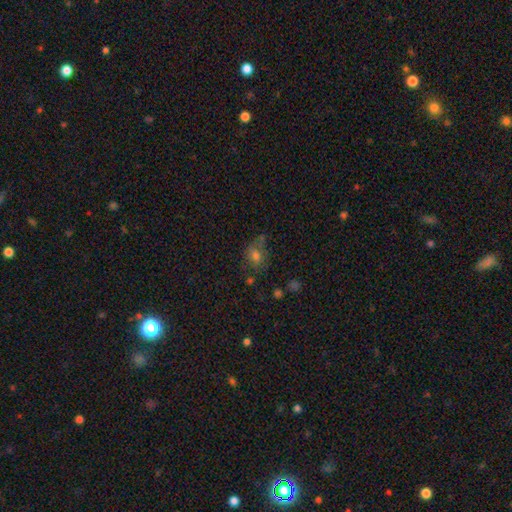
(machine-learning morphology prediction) This is likely a smooth galaxy (63%). How rounded: possibly in between (53%). Merging: possibly none (53%).